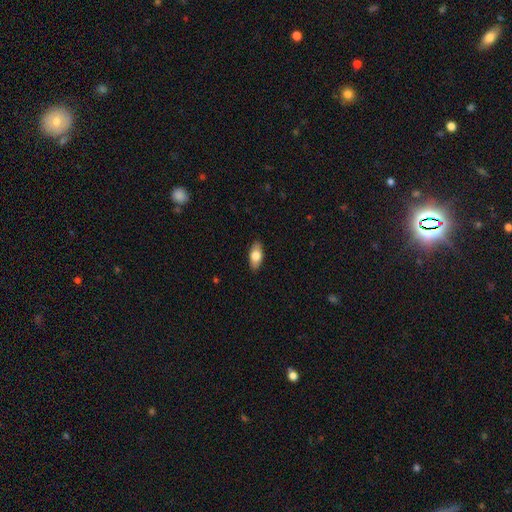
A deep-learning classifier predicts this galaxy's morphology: This is likely a smooth galaxy (76%). How rounded: clearly in between (88%). Merging: clearly none (88%).